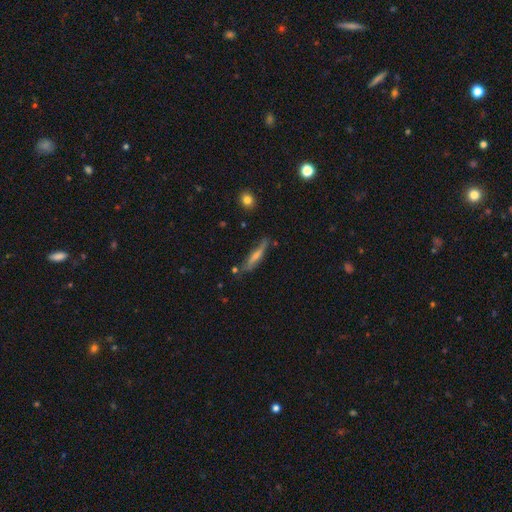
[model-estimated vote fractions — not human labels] Q: Smooth or featured?
A: featured or disk (52%); runner-up: smooth (40%)
Q: Edge-on disk?
A: yes (86%); runner-up: no (14%)
Q: Merging?
A: none (74%); runner-up: minor disturbance (18%)